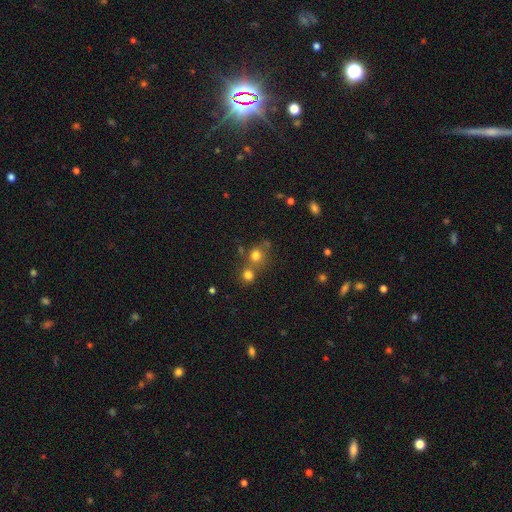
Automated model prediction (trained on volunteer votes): A smooth galaxy with no disk features (73%) that is round (84%). Merging: none (56%).